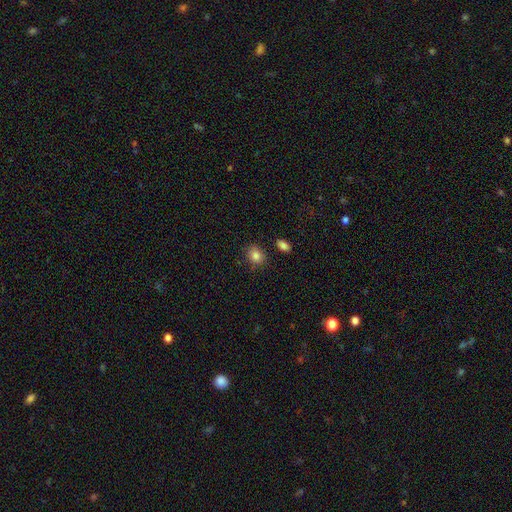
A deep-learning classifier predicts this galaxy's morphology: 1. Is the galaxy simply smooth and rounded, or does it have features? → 84% smooth, 10% star or artifact, 6% featured or disk.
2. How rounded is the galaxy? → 57% round, 42% in between, 1% cigar-shaped.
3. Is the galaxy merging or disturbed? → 81% none, 13% minor disturbance, 4% merger, 3% major disturbance.